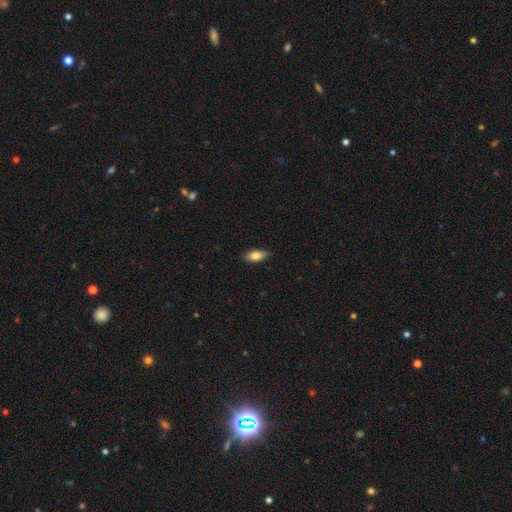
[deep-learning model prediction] Smooth or featured? Predicted: smooth (p=0.80). How rounded? Predicted: in between (p=0.85). Merging? Predicted: none (p=0.85).